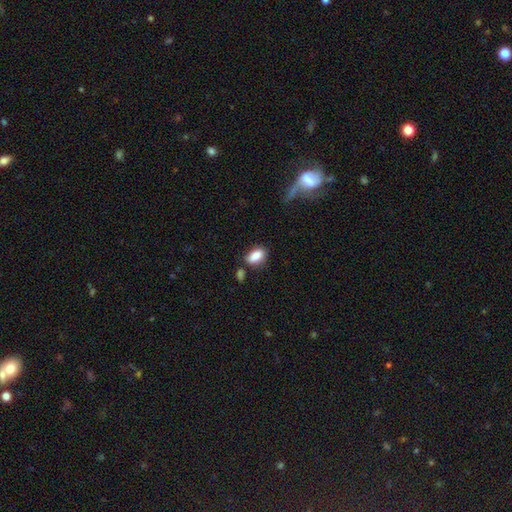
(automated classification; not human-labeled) Q: Smooth or featured?
A: smooth (84%); runner-up: featured or disk (8%)
Q: How rounded?
A: in between (89%); runner-up: round (8%)
Q: Merging?
A: none (72%); runner-up: minor disturbance (15%)